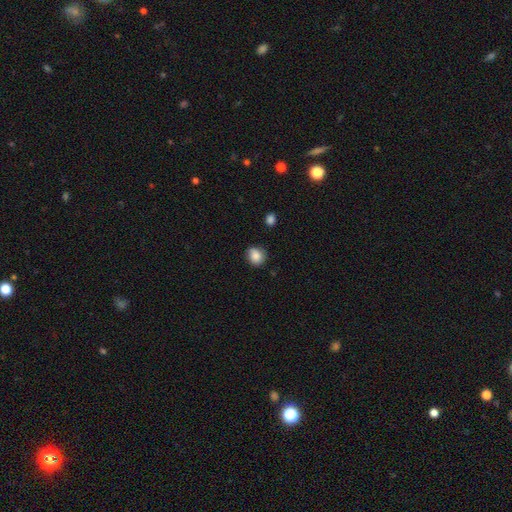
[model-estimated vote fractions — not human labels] The model was most divided on "how rounded": round: 72%, in between: 27%, cigar-shaped: 1%. More confident: smooth or featured — smooth (84%); merging — none (72%).